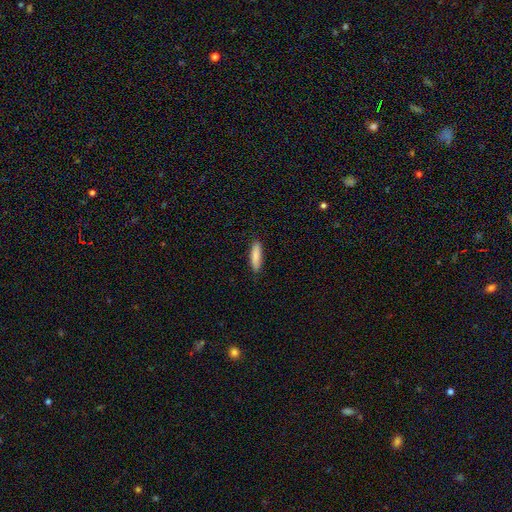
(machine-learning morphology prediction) This is clearly a smooth galaxy (86%). How rounded: likely cigar-shaped (68%). Merging: clearly none (87%).